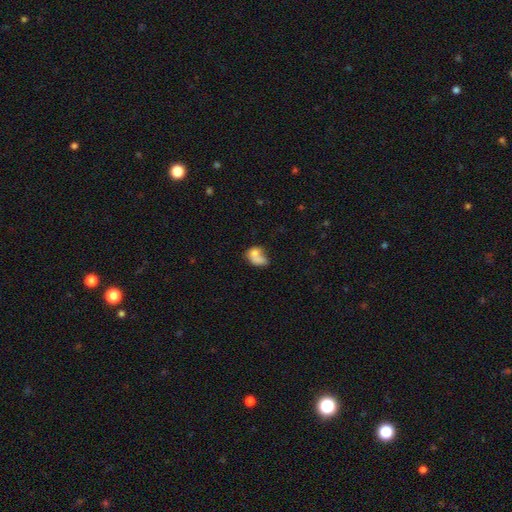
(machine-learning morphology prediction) The model was most divided on "merging": merger: 53%, none: 22%, minor disturbance: 13%, major disturbance: 12%. More confident: how rounded — in between (73%); smooth or featured — smooth (69%).